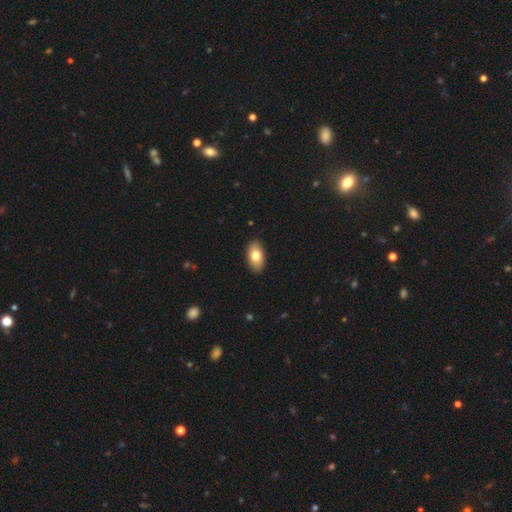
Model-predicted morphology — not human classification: The model was most divided on "smooth or featured": smooth: 78%, featured or disk: 16%, star or artifact: 7%. More confident: how rounded — in between (93%); merging — none (89%).